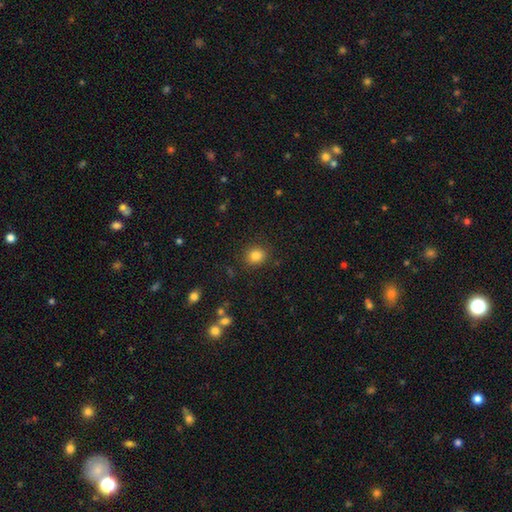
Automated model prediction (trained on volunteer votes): smooth_or_featured: smooth (p=0.83) [alt: star or artifact p=0.11]
how_rounded: round (p=0.73) [alt: in between p=0.26]
merging: none (p=0.87) [alt: minor disturbance p=0.09]